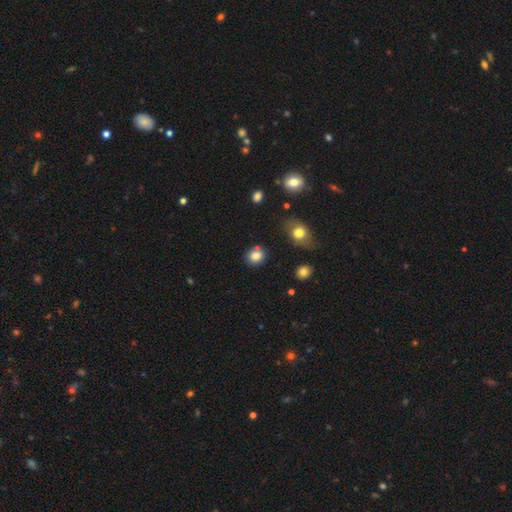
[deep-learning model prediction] A smooth galaxy with no disk features (83%) that is round (72%).

Vote fractions:
- Smooth or featured? smooth: 83% / star or artifact: 10% / featured or disk: 7%
- How rounded? round: 72% / in between: 27% / cigar-shaped: 1%
- Merging? none: 78% / minor disturbance: 11% / merger: 8% / major disturbance: 3%